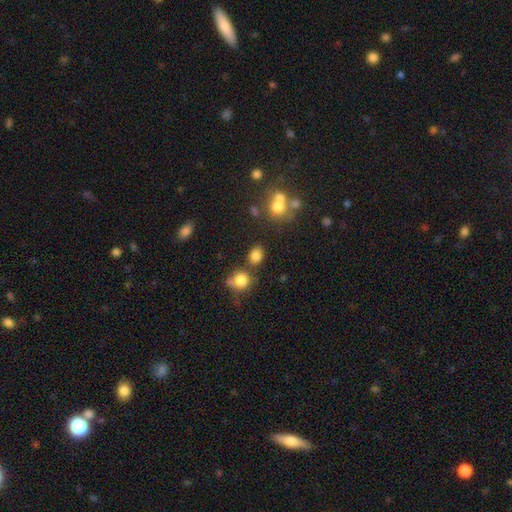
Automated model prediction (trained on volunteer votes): Overall: smooth (80%). How rounded: round (53%; in between 46%). Merging: none (70%).